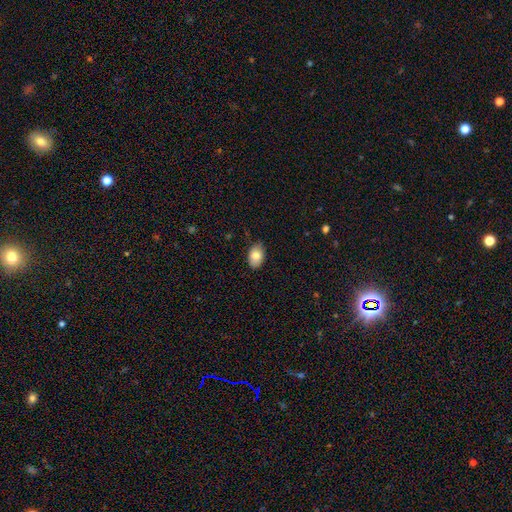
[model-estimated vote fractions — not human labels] Q: Smooth or featured?
A: smooth (82%); runner-up: featured or disk (11%)
Q: How rounded?
A: in between (85%); runner-up: round (14%)
Q: Merging?
A: none (82%); runner-up: minor disturbance (15%)